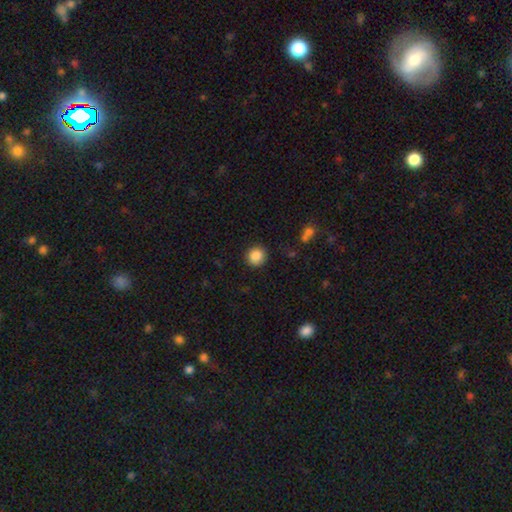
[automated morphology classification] Overall: smooth (87%). How rounded: round (92%). Merging: none (90%).